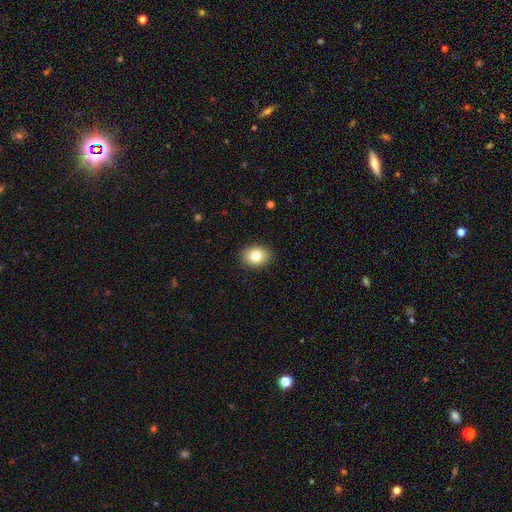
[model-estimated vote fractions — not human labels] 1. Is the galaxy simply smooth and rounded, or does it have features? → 81% smooth, 9% featured or disk, 9% star or artifact.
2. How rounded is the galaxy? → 56% in between, 43% round, 1% cigar-shaped.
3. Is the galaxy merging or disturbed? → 89% none, 8% minor disturbance, 2% major disturbance, 1% merger.